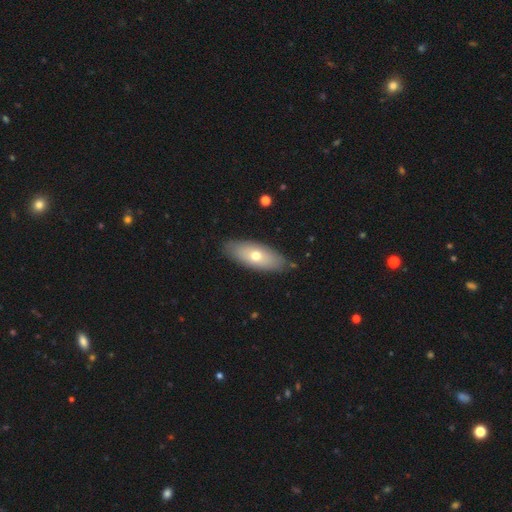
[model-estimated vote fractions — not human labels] Smooth or featured? Predicted: smooth (p=0.63). How rounded? Predicted: in between (p=0.76). Merging? Predicted: none (p=0.86).